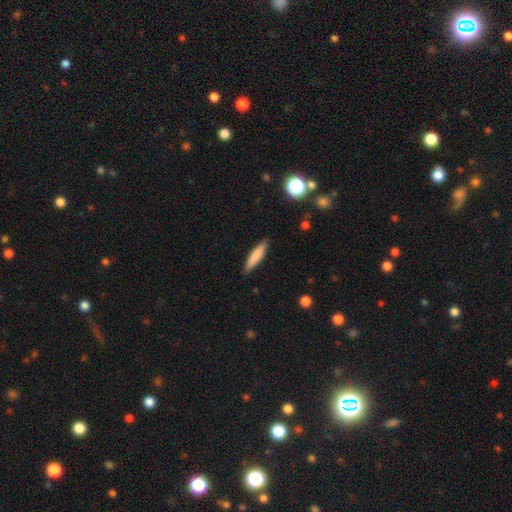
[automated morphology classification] This is clearly a smooth galaxy (83%). How rounded: likely cigar-shaped (78%). Merging: clearly none (88%).